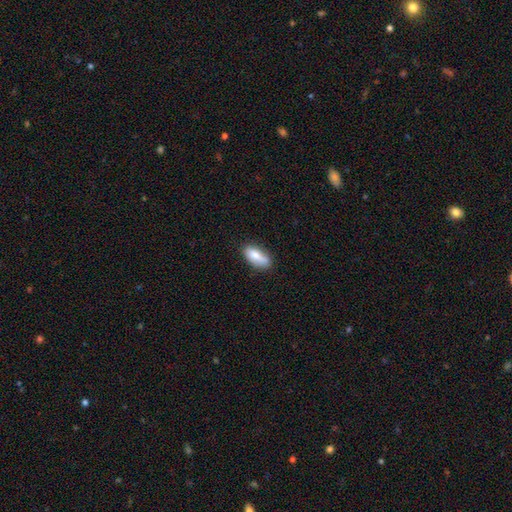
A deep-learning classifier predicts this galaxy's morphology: Smooth or featured? smooth (79%)
How rounded? in between (82%)
Merging? none (67%)